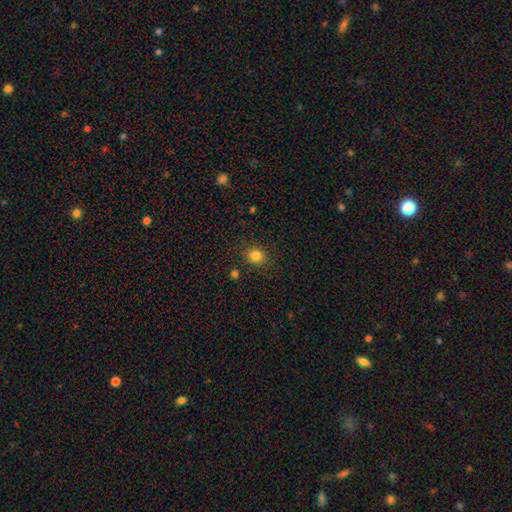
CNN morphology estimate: Smooth or featured? smooth (83%)
How rounded? round (84%)
Merging? none (86%)